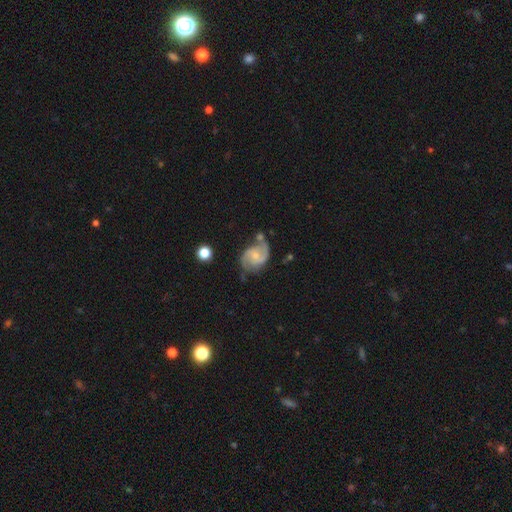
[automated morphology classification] Smooth or featured? featured or disk (82%)
Edge-on disk? no (98%)
Bar? no (47%)
Spiral arms? yes (95%)
Spiral winding? medium (53%)
Spiral arm count? 2 (89%)
Bulge size? small (57%)
Merging? none (57%)